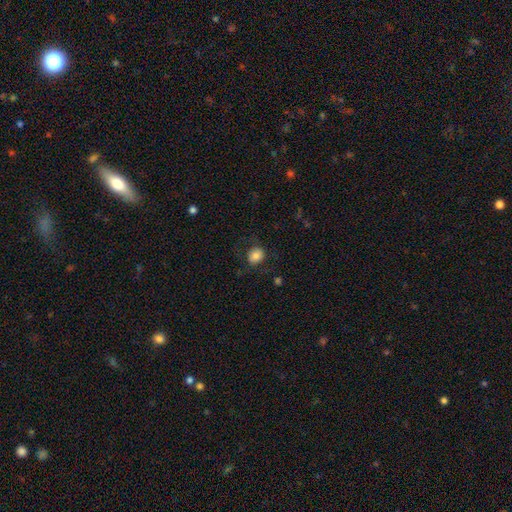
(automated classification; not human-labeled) Q: Smooth or featured?
A: smooth (79%); runner-up: featured or disk (12%)
Q: How rounded?
A: round (60%); runner-up: in between (39%)
Q: Merging?
A: none (77%); runner-up: minor disturbance (14%)